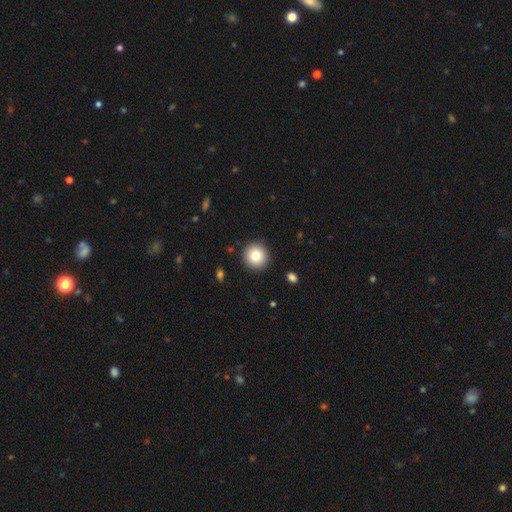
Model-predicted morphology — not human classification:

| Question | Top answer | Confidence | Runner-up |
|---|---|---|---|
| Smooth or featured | smooth | 81% | featured or disk (10%) |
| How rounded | round | 95% | in between (4%) |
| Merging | none | 91% | minor disturbance (6%) |